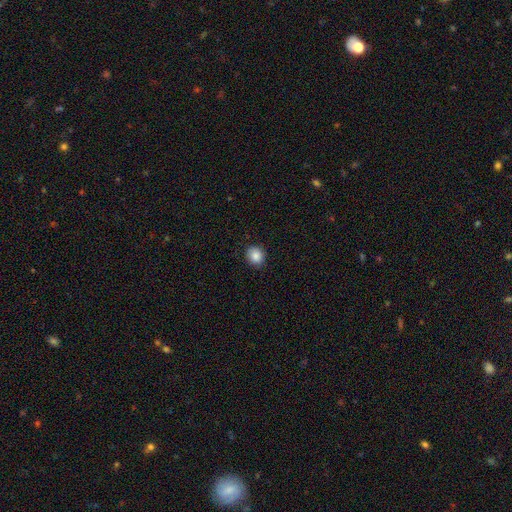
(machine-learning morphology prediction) Smooth or featured: smooth — 86% (star or artifact — 9%)
How rounded: round — 72% (in between — 27%)
Merging: none — 88% (minor disturbance — 9%)